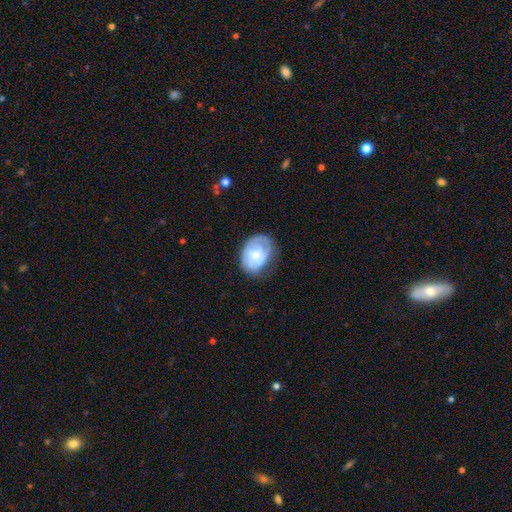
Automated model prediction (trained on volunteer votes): Smooth or featured?
  - smooth: 53% *
  - featured or disk: 41%
  - star or artifact: 6%
How rounded?
  - in between: 71% *
  - round: 28%
  - cigar-shaped: 1%
Merging?
  - none: 55% *
  - minor disturbance: 31%
  - major disturbance: 13%
  - merger: 1%